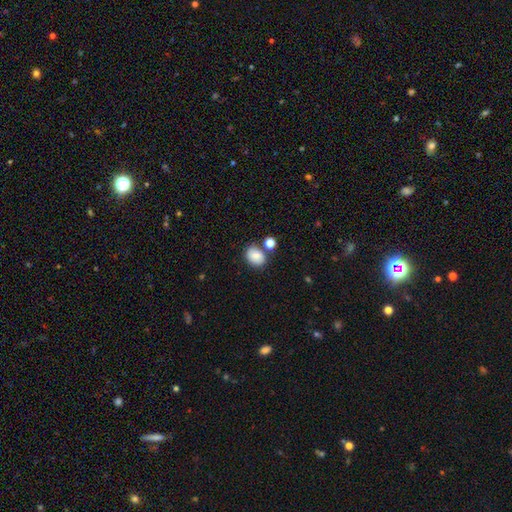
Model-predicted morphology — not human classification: Q: Smooth or featured?
A: smooth (82%); runner-up: star or artifact (9%)
Q: How rounded?
A: in between (57%); runner-up: round (42%)
Q: Merging?
A: none (65%); runner-up: merger (16%)